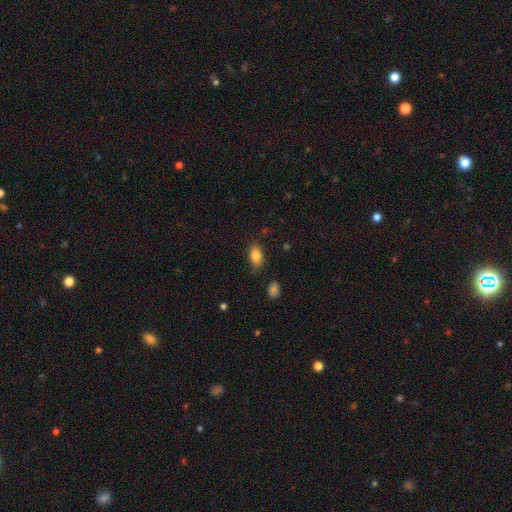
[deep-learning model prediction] Smooth or featured? smooth (84%)
How rounded? in between (89%)
Merging? none (78%)